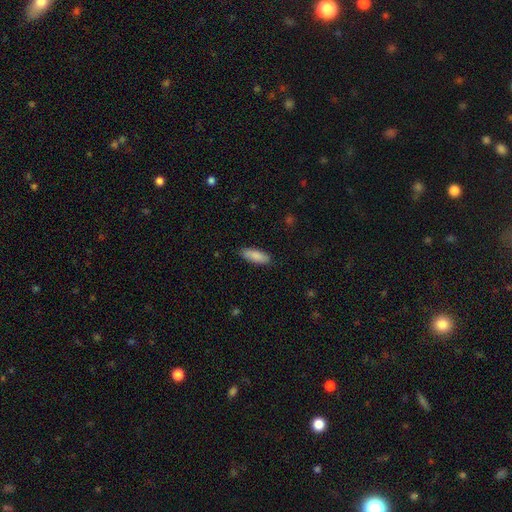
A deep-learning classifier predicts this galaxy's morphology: Smooth or featured?
  - smooth: 88% *
  - featured or disk: 7%
  - star or artifact: 6%
How rounded?
  - in between: 64% *
  - cigar-shaped: 34%
  - round: 2%
Merging?
  - none: 87% *
  - minor disturbance: 10%
  - major disturbance: 2%
  - merger: 1%